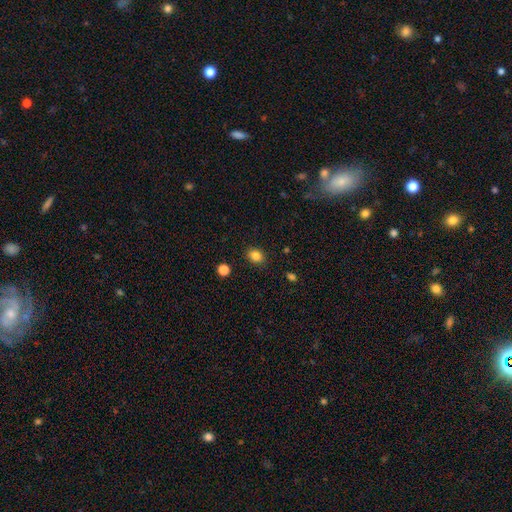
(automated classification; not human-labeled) A smooth galaxy with no disk features (84%) that is round (50%). Merging: none (89%).